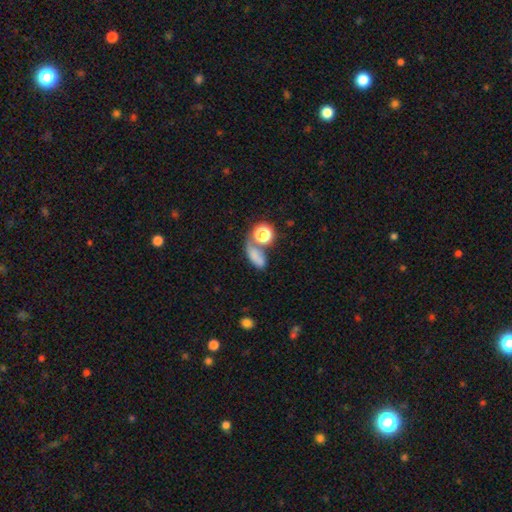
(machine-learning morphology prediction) The model was most divided on "merging": none: 36%, merger: 34%, minor disturbance: 15%, major disturbance: 15%. More confident: how rounded — in between (70%); smooth or featured — smooth (70%).